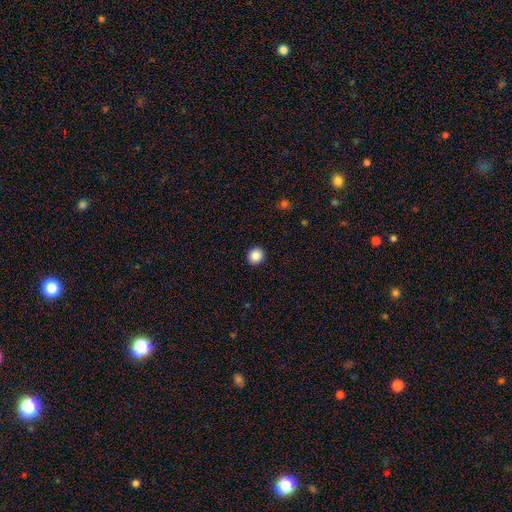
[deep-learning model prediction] Morphology: type=smooth (88%); roundness=round (91%); merging=none (93%).